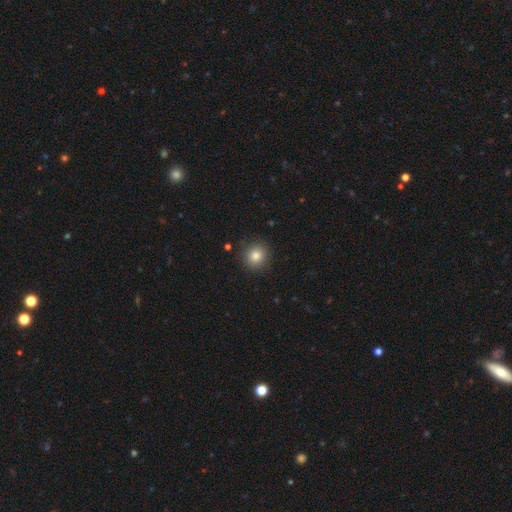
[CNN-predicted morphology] Smooth or featured: smooth — 83% (star or artifact — 11%)
How rounded: round — 89% (in between — 10%)
Merging: none — 89% (minor disturbance — 8%)